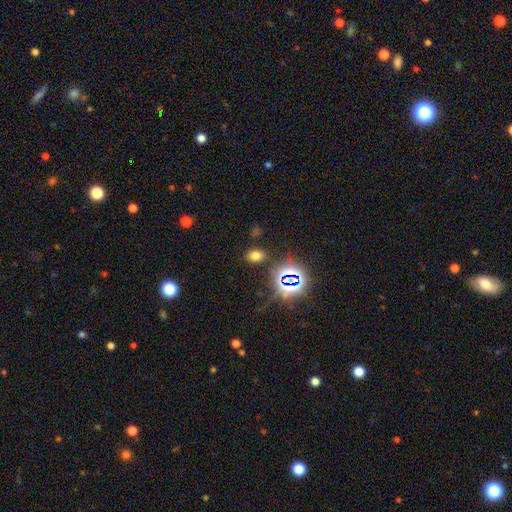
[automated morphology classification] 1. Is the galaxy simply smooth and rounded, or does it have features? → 63% smooth, 30% star or artifact, 7% featured or disk.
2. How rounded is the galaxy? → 68% in between, 31% round, 1% cigar-shaped.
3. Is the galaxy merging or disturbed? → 83% none, 10% minor disturbance, 4% major disturbance, 3% merger.